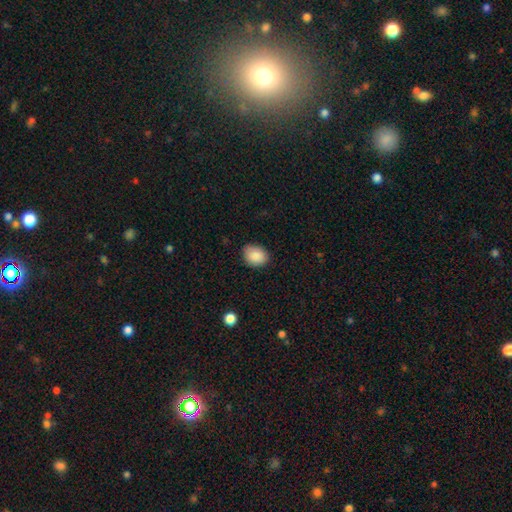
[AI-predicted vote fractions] Smooth or featured? smooth (89%)
How rounded? in between (53%)
Merging? none (81%)